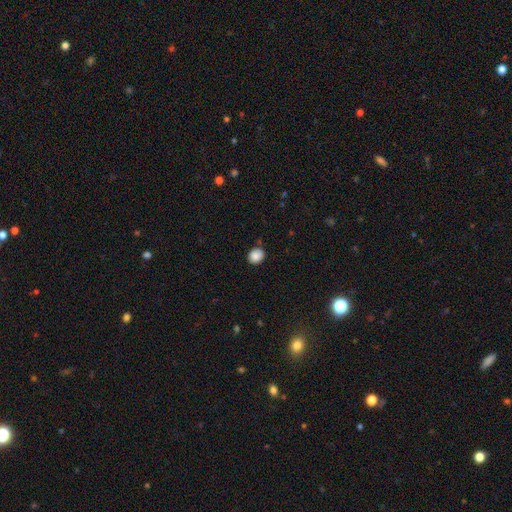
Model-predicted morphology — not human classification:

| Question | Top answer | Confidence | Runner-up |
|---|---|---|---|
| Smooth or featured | smooth | 87% | star or artifact (9%) |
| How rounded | round | 71% | in between (28%) |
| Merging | none | 85% | minor disturbance (11%) |